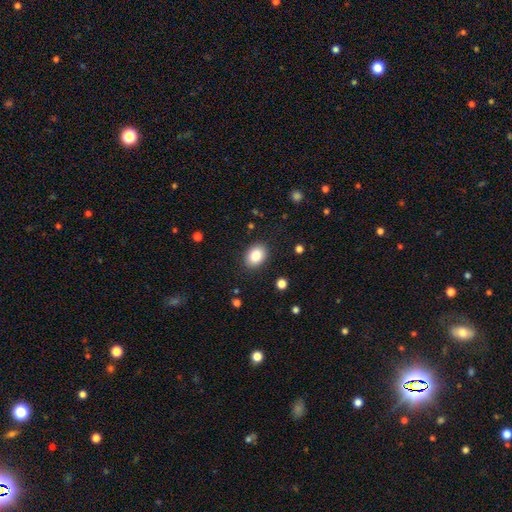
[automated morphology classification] This is clearly a smooth galaxy (86%). How rounded: likely in between (70%). Merging: clearly none (88%).